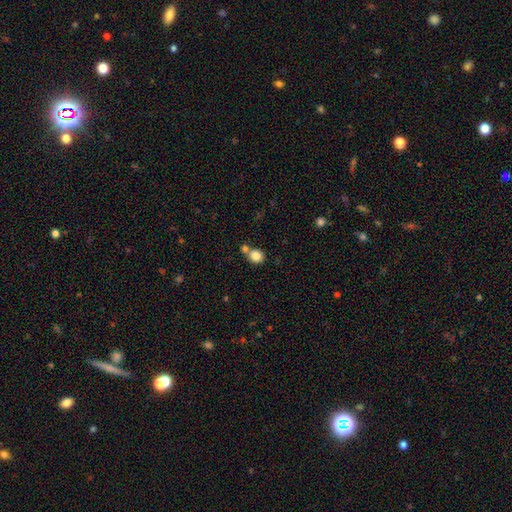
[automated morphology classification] Q: Smooth or featured?
A: smooth (84%); runner-up: star or artifact (10%)
Q: How rounded?
A: round (80%); runner-up: in between (19%)
Q: Merging?
A: none (56%); runner-up: merger (32%)